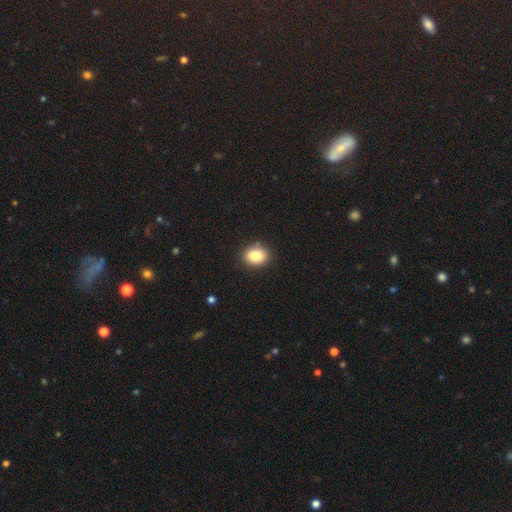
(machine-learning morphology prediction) A smooth galaxy with no disk features (84%) that is round (50%).

Vote fractions:
- Smooth or featured? smooth: 84% / star or artifact: 9% / featured or disk: 7%
- How rounded? round: 50% / in between: 49% / cigar-shaped: 1%
- Merging? none: 88% / minor disturbance: 9% / major disturbance: 2% / merger: 2%